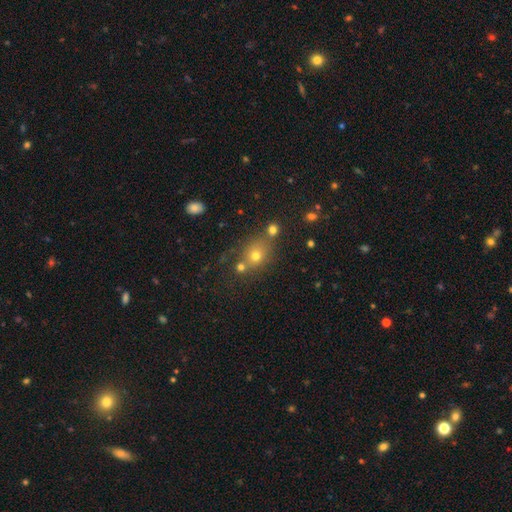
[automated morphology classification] This appears to be a smooth galaxy with no disk features (67%) that is round (69%). Merging: none (62%).